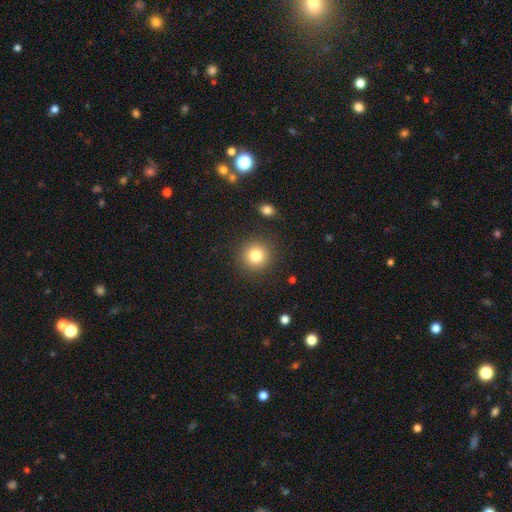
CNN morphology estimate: Overall: smooth (81%). How rounded: round (93%). Merging: none (89%).